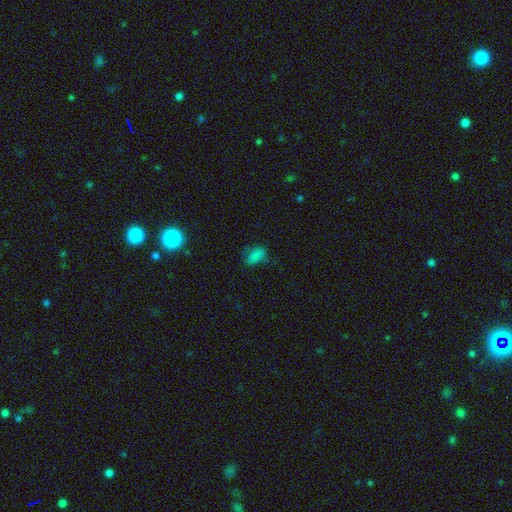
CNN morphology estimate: smooth-or-featured: smooth: 75% | star or artifact: 16% | featured or disk: 9%
  how-rounded: in between: 90% | round: 7% | cigar-shaped: 3%
  merging: none: 56% | minor disturbance: 27% | major disturbance: 14% | merger: 3%